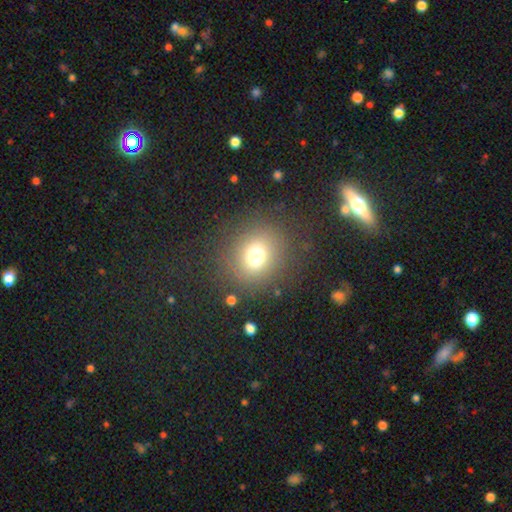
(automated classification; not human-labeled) Q: Smooth or featured?
A: smooth (71%); runner-up: star or artifact (18%)
Q: How rounded?
A: round (80%); runner-up: in between (19%)
Q: Merging?
A: none (83%); runner-up: minor disturbance (9%)